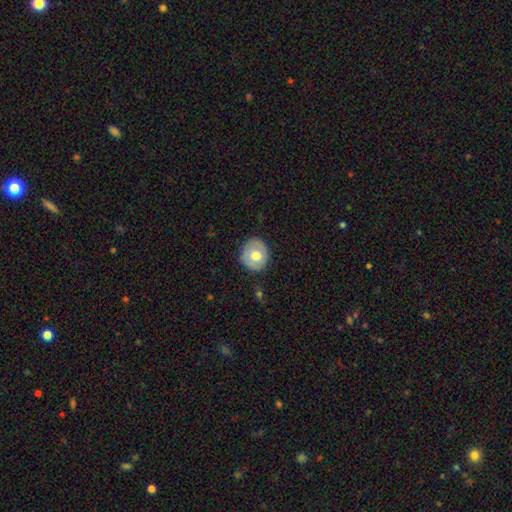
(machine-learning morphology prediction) Smooth or featured? smooth (63%)
How rounded? round (80%)
Merging? none (81%)